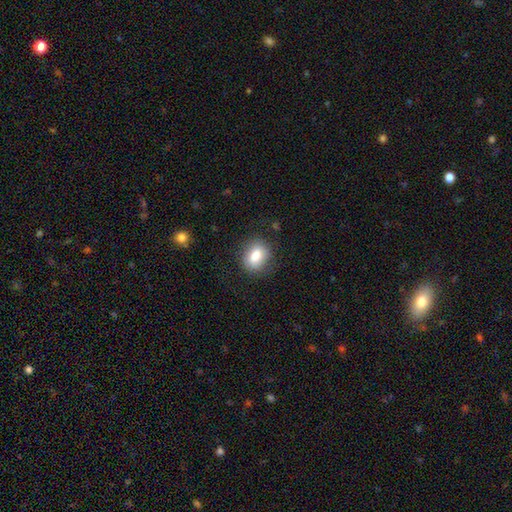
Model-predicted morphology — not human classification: type=smooth (82%); roundness=in between (55%); merging=none (82%).